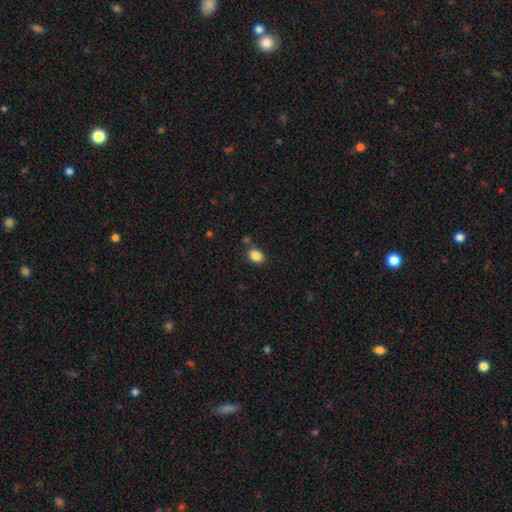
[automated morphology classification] Smooth or featured? Predicted: smooth (p=0.86). How rounded? Predicted: in between (p=0.67). Merging? Predicted: none (p=0.76).